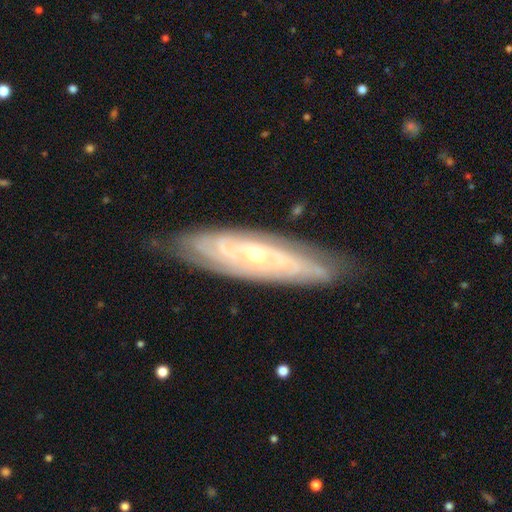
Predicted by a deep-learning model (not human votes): A featured or disk galaxy (83%) with no bar (65%), tight (73%) spiral arms (92%) and a small central bulge (63%).

Vote fractions:
- Smooth or featured? featured or disk: 83% / smooth: 11% / star or artifact: 6%
- Edge-on disk? no: 76% / yes: 24%
- Bar? no: 65% / weak: 26% / strong: 9%
- Spiral arms? yes: 92% / no: 8%
- Spiral winding? tight: 73% / medium: 22% / loose: 5%
- Spiral arm count? can't tell: 52% / 2: 18% / 3: 11% / 4: 9% / more than 4: 6% / 1: 4%
- Bulge size? small: 63% / moderate: 33% / large: 1% / none: 1% / dominant: 1%
- Merging? none: 80% / minor disturbance: 16% / major disturbance: 3% / merger: 1%